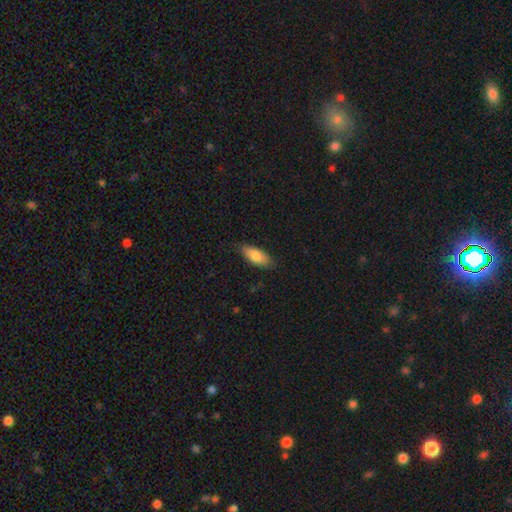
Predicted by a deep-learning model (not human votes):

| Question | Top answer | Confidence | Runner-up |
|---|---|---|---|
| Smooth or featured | smooth | 83% | featured or disk (11%) |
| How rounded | in between | 83% | cigar-shaped (15%) |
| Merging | none | 82% | minor disturbance (14%) |